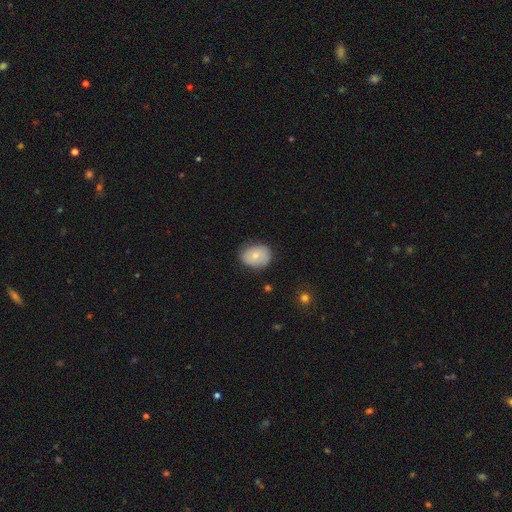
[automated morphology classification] smooth-or-featured: smooth: 69% | featured or disk: 24% | star or artifact: 7%
  how-rounded: in between: 62% | round: 37% | cigar-shaped: 1%
  merging: none: 72% | minor disturbance: 22% | major disturbance: 5% | merger: 1%